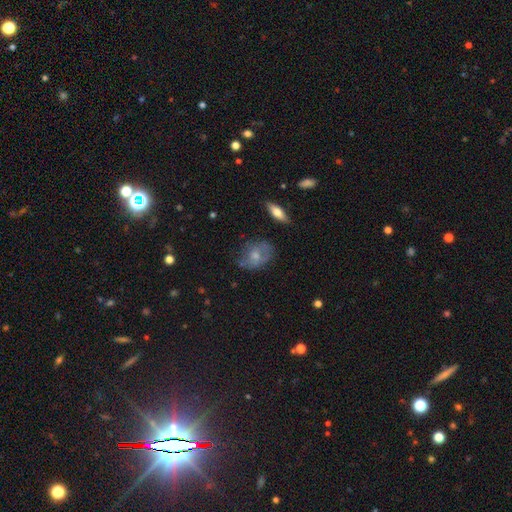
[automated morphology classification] smooth 57%, featured or disk 35%, star or artifact 8%. Down the decision tree: how rounded — in between (71%); merging — none (56%).